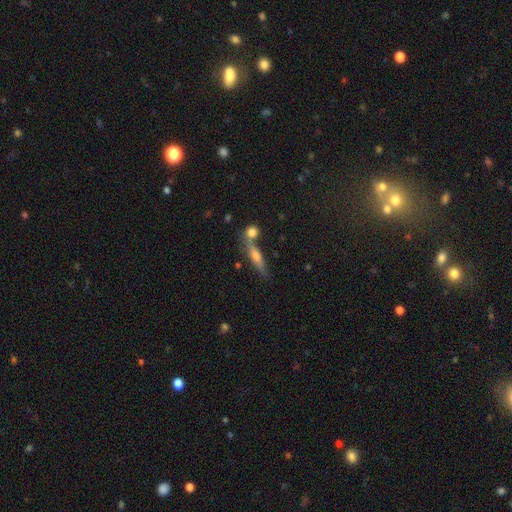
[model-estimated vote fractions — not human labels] Morphology: type=smooth (50%); roundness=cigar-shaped (79%); merging=none (62%).